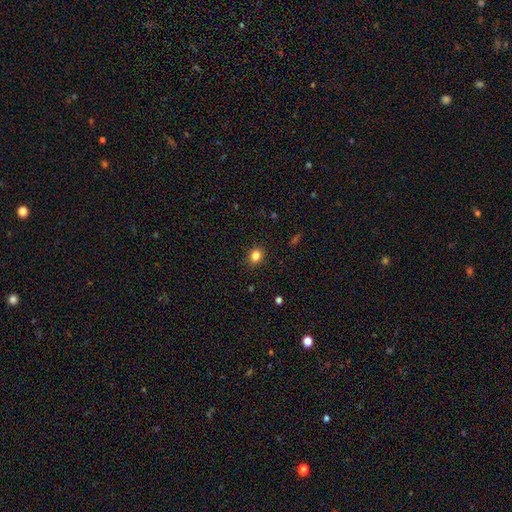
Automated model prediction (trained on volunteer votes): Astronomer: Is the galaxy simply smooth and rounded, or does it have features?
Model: smooth — 84%.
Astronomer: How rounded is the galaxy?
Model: round — 63%.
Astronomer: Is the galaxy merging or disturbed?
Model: none — 89%.